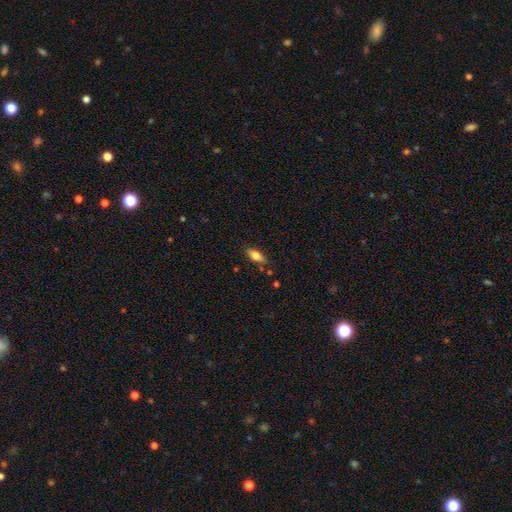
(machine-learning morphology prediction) This appears to be a smooth galaxy with no disk features (61%) that is in between round and cigar-shaped (73%). Merging: none (82%).